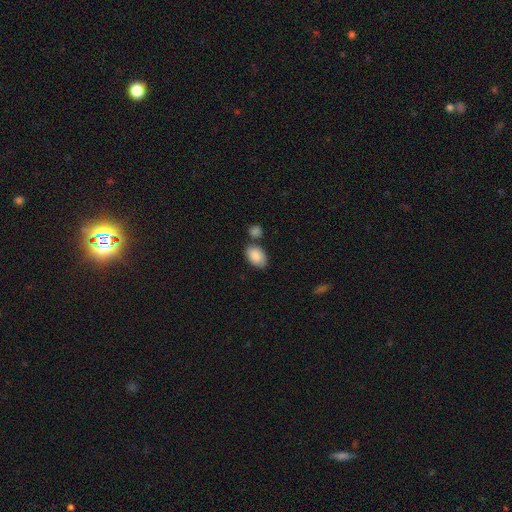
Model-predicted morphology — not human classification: smooth-or-featured: smooth: 85% | featured or disk: 8% | star or artifact: 7%
  how-rounded: in between: 91% | round: 8% | cigar-shaped: 1%
  merging: none: 67% | merger: 15% | minor disturbance: 15% | major disturbance: 4%